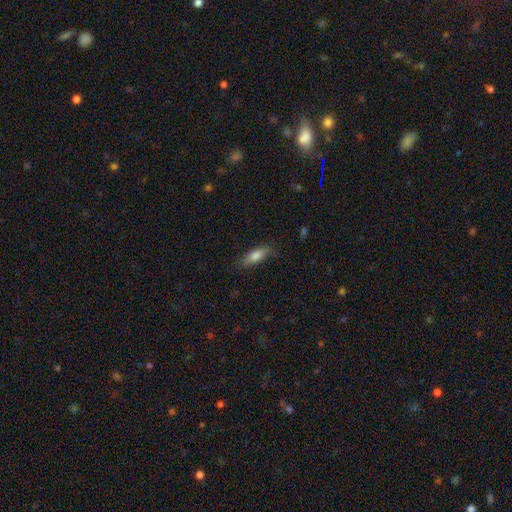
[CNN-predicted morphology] Smooth or featured?
  - smooth: 81% *
  - featured or disk: 12%
  - star or artifact: 7%
How rounded?
  - in between: 63% *
  - cigar-shaped: 35%
  - round: 2%
Merging?
  - none: 76% *
  - minor disturbance: 18%
  - major disturbance: 4%
  - merger: 1%